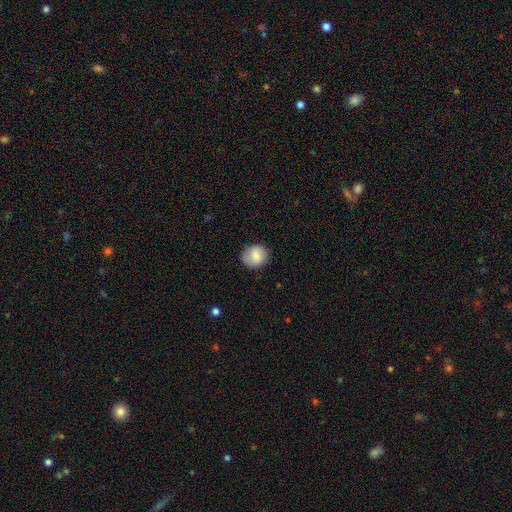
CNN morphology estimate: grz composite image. It shows a smooth galaxy with no disk features (81%) that is round (77%). Merging: none (84%).